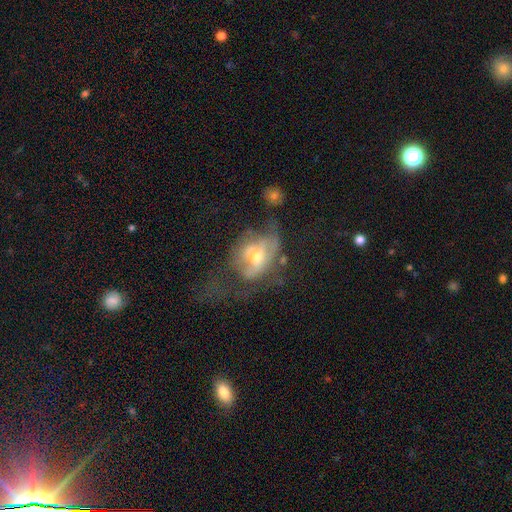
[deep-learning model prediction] Overall: featured or disk (58%; smooth 32%). Edge-on disk: no (89%). Bar: no (62%; weak 25%). Spiral arms: no (67%; yes 33%). Bulge size: moderate (59%; small 33%). Merging: major disturbance (46%; none 26%).